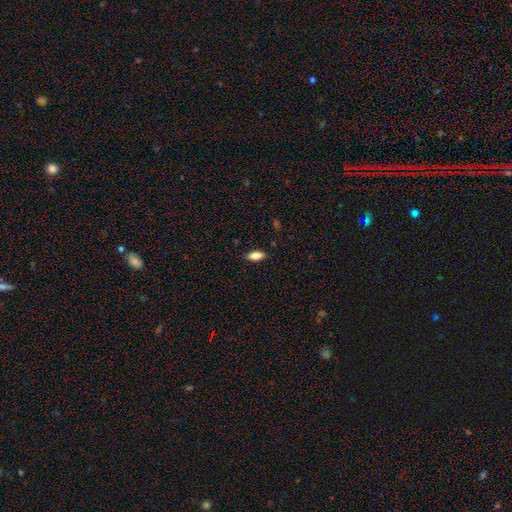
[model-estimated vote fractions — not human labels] Smooth or featured: smooth — 82% (featured or disk — 10%)
How rounded: in between — 82% (cigar-shaped — 15%)
Merging: none — 84% (minor disturbance — 12%)